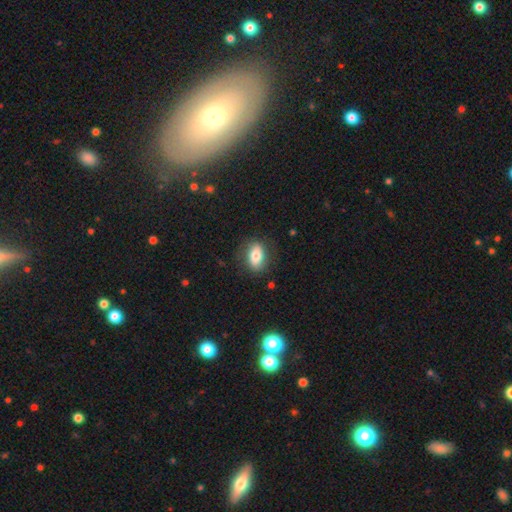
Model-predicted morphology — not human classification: smooth 75%, featured or disk 18%, star or artifact 7%. Down the decision tree: how rounded — in between (84%); merging — none (80%).